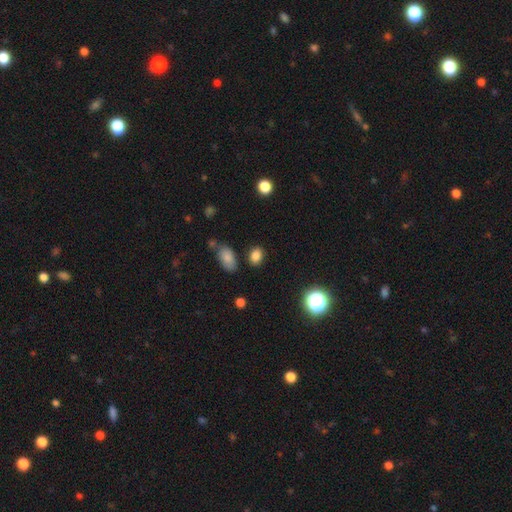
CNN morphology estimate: A smooth galaxy with no disk features (83%) that is in between round and cigar-shaped (75%). Merging: none (82%).